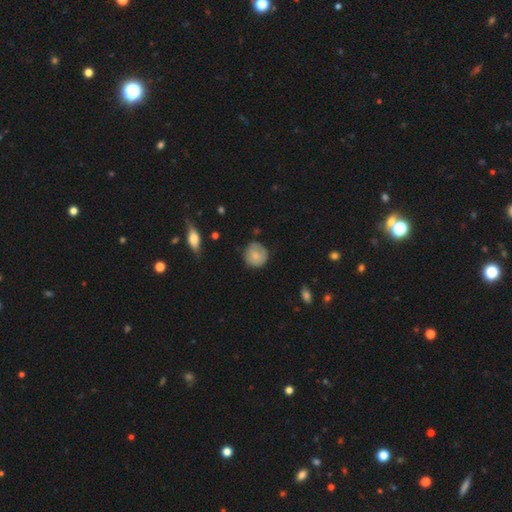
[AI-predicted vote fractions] Smooth or featured?
  - smooth: 77% *
  - featured or disk: 16%
  - star or artifact: 7%
How rounded?
  - round: 90% *
  - in between: 9%
  - cigar-shaped: 1%
Merging?
  - none: 73% *
  - minor disturbance: 21%
  - major disturbance: 5%
  - merger: 2%